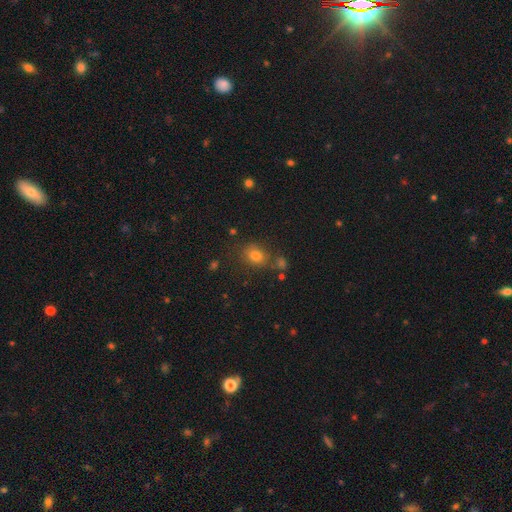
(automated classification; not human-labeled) Morphology: type=smooth (74%); roundness=round (53%); merging=none (70%).